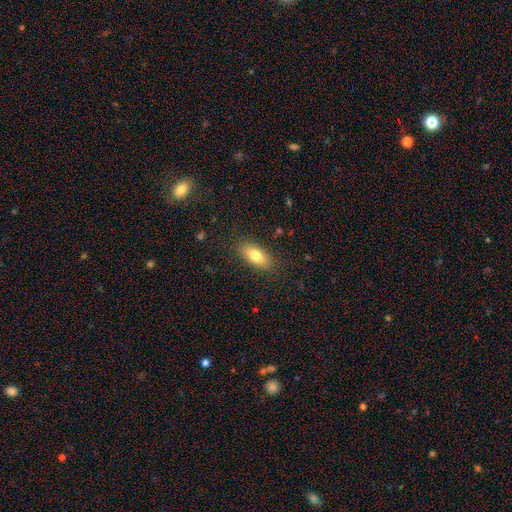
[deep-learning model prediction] Q: Smooth or featured?
A: smooth (80%); runner-up: featured or disk (13%)
Q: How rounded?
A: in between (86%); runner-up: cigar-shaped (10%)
Q: Merging?
A: none (86%); runner-up: minor disturbance (10%)